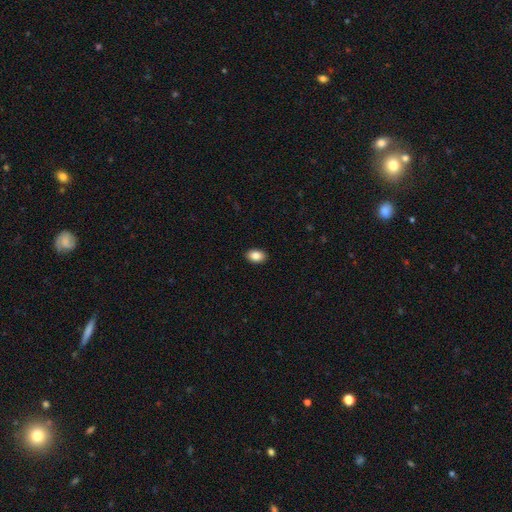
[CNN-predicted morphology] The model was most divided on "how rounded": in between: 87%, round: 12%, cigar-shaped: 1%. More confident: merging — none (91%); smooth or featured — smooth (86%).